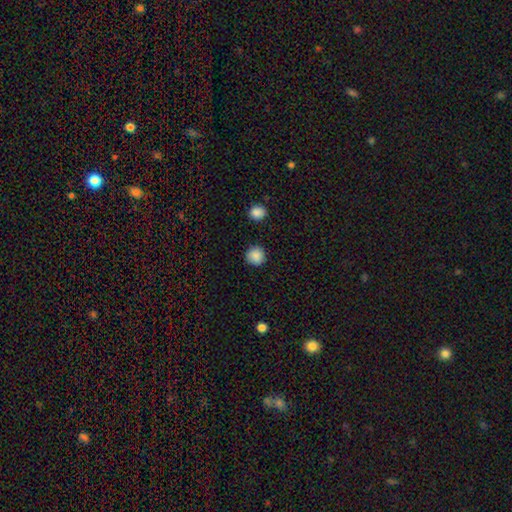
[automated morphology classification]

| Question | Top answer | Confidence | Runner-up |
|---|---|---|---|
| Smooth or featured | smooth | 87% | star or artifact (9%) |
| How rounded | round | 94% | in between (5%) |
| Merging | none | 90% | minor disturbance (7%) |